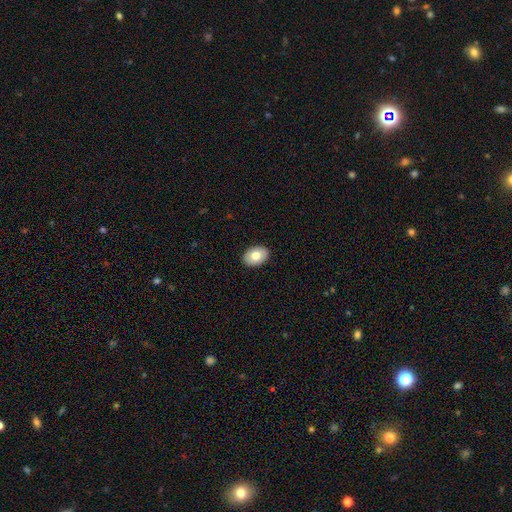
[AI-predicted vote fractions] smooth_or_featured: smooth (p=0.76) [alt: featured or disk p=0.17]
how_rounded: in between (p=0.80) [alt: round p=0.20]
merging: none (p=0.91) [alt: minor disturbance p=0.07]